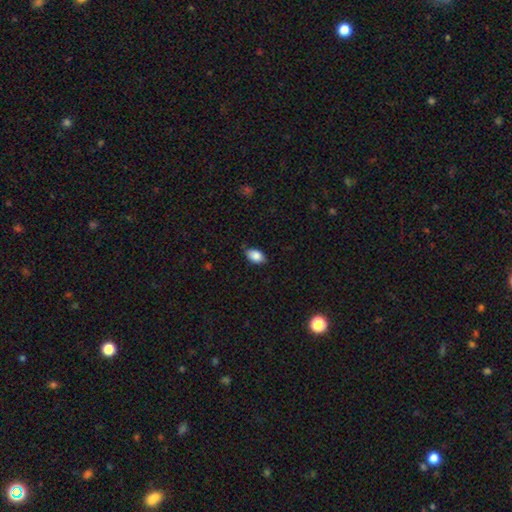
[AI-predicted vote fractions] Morphology: type=smooth (87%); roundness=in between (91%); merging=none (81%).